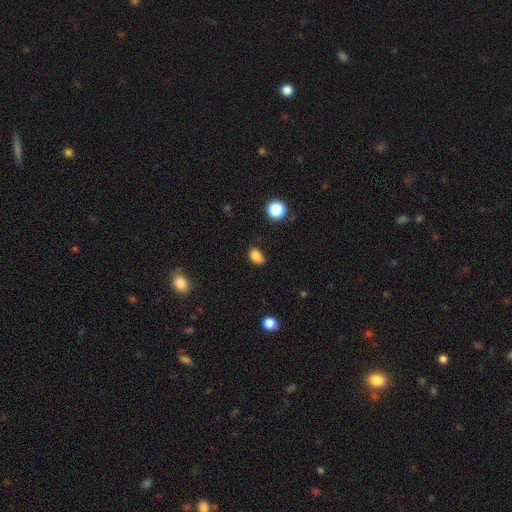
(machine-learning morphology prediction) smooth 83%, star or artifact 11%, featured or disk 6%. Down the decision tree: how rounded — in between (82%); merging — none (63%).